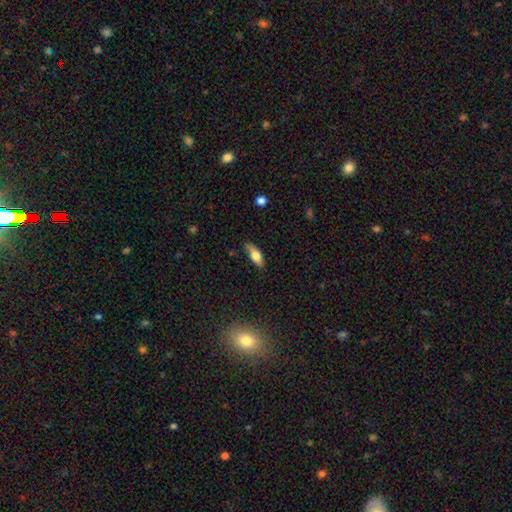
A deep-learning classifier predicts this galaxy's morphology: smooth 71%, featured or disk 22%, star or artifact 7%. Down the decision tree: how rounded — in between (74%); merging — none (71%).